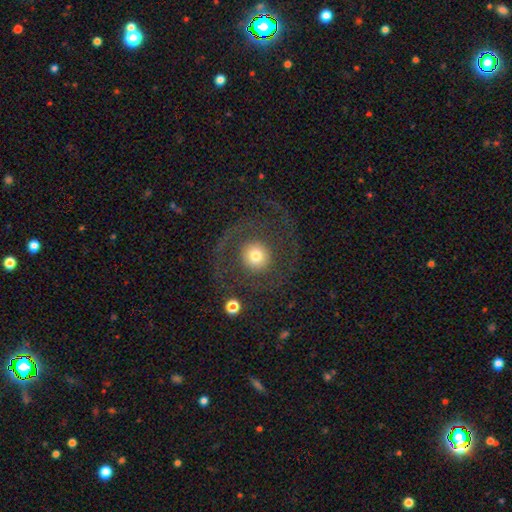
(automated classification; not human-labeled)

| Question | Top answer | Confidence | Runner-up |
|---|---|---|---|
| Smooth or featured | smooth | 53% | featured or disk (36%) |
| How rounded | round | 91% | in between (8%) |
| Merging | none | 68% | major disturbance (19%) |